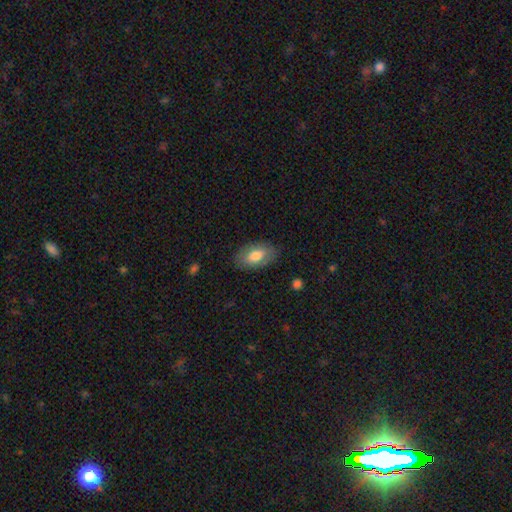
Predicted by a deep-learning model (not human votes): This is likely a smooth galaxy (73%). How rounded: clearly in between (93%). Merging: clearly none (81%).